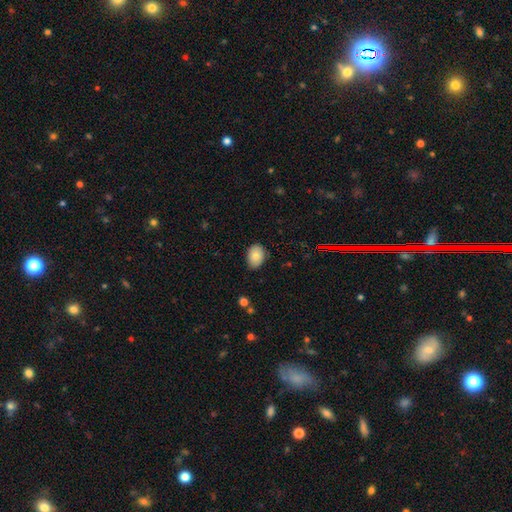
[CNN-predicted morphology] smooth 83%, featured or disk 9%, star or artifact 8%. Down the decision tree: how rounded — in between (78%); merging — none (83%).